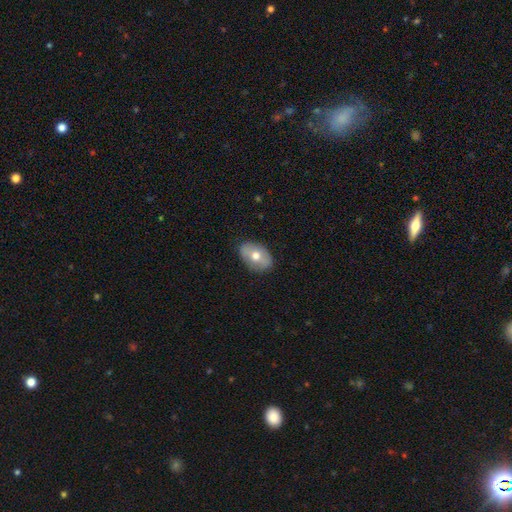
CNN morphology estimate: The model was most divided on "smooth or featured": smooth: 63%, featured or disk: 30%, star or artifact: 7%. More confident: merging — none (84%); how rounded — in between (83%).